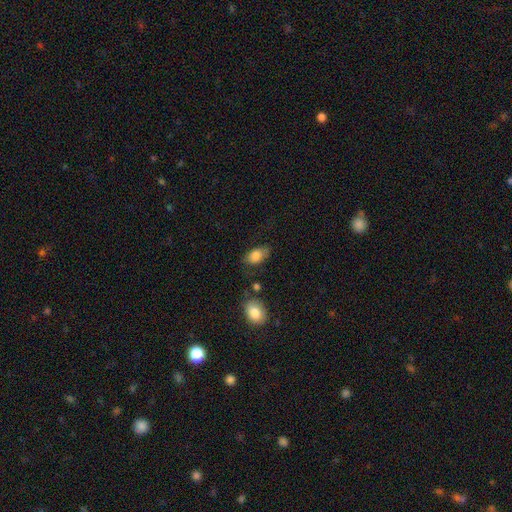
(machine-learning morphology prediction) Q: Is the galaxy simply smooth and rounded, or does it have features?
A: smooth — 82%.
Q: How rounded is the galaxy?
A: in between — 89%.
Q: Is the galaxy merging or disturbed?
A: none — 66%.